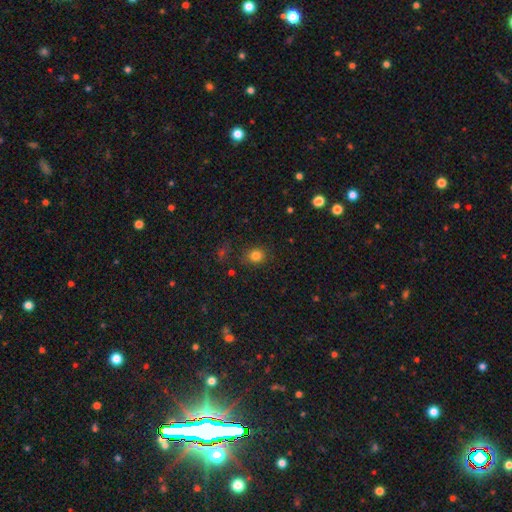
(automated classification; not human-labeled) Smooth or featured? smooth (81%)
How rounded? round (75%)
Merging? none (81%)